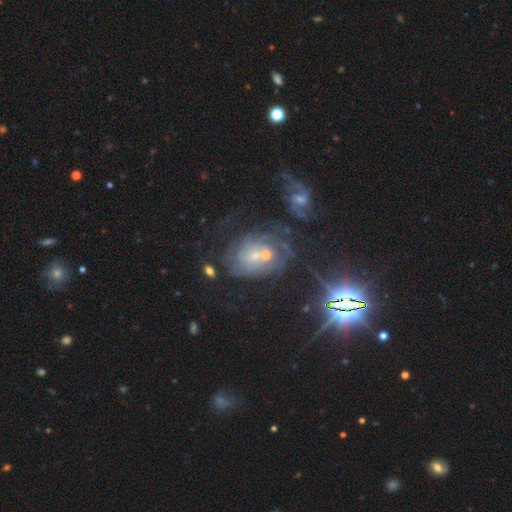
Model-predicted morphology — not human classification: Smooth or featured? Predicted: featured or disk (p=0.55). Edge-on disk? Predicted: no (p=0.95). Bar? Predicted: no (p=0.72). Spiral arms? Predicted: yes (p=0.78). Bulge size? Predicted: small (p=0.57). Merging? Predicted: none (p=0.43).